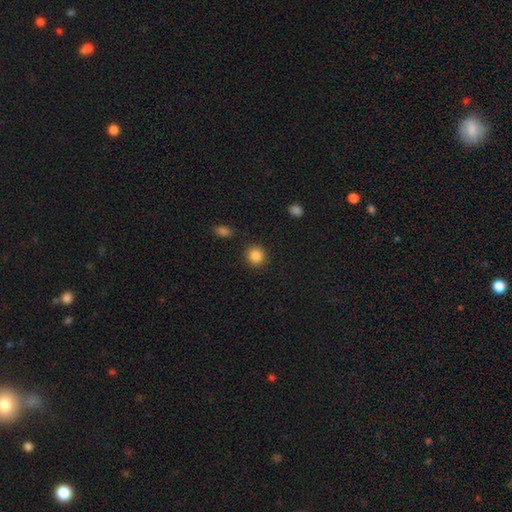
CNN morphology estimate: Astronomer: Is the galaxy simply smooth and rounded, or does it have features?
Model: smooth — 87%.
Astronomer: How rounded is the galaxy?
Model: round — 89%.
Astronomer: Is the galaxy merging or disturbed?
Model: none — 89%.